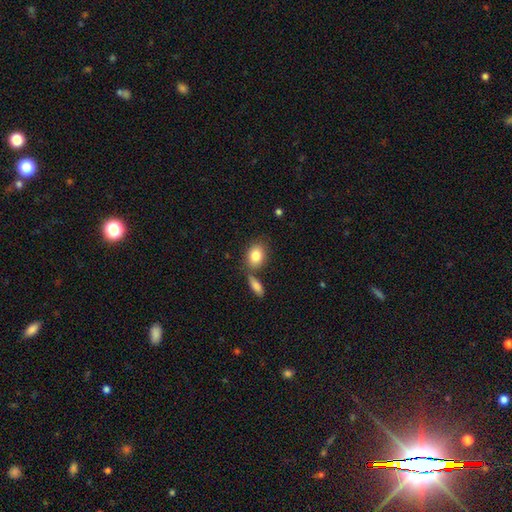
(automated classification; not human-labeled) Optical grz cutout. It shows a smooth galaxy with no disk features (84%) that is in between round and cigar-shaped (71%). Merging: none (61%).